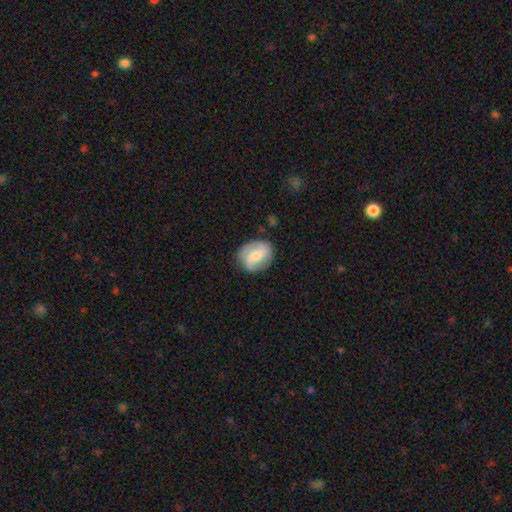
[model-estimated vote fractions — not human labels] This is possibly a featured or disk galaxy (56%). It is clearly not viewed edge-on (96%). Bar: marginally weak (41%). Spiral arm pattern: likely yes (77%). Central bulge: possibly moderate (59%). Merging: likely none (78%).